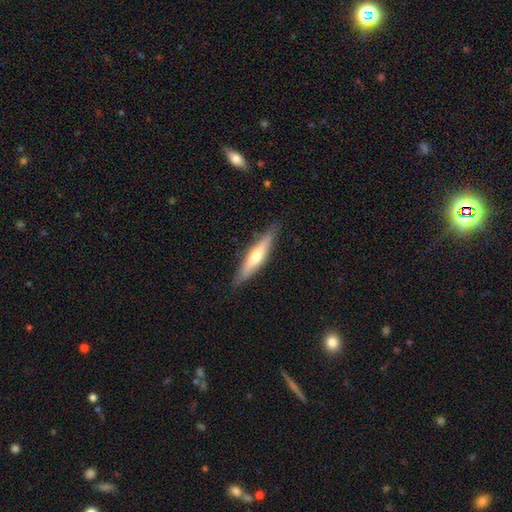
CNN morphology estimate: Q: Smooth or featured?
A: featured or disk (48%); runner-up: smooth (46%)
Q: Merging?
A: none (87%); runner-up: minor disturbance (10%)